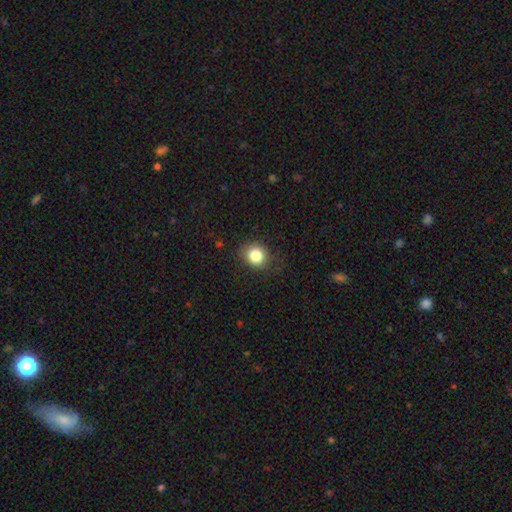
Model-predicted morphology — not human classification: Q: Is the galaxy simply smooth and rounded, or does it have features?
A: smooth — 83%.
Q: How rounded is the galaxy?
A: round — 78%.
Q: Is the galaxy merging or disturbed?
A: none — 82%.